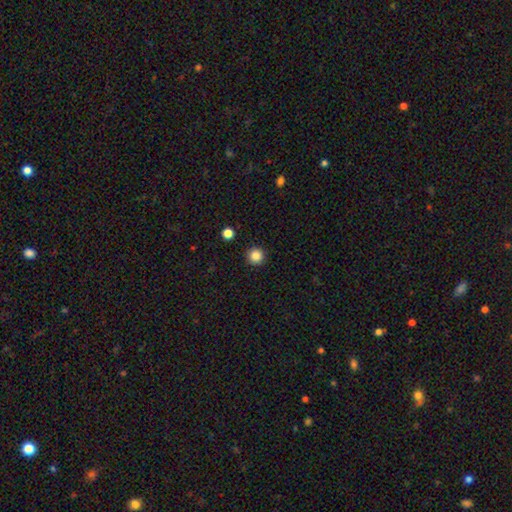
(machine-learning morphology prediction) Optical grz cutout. It shows a smooth galaxy with no disk features (85%) that is round (96%). Merging: none (93%).